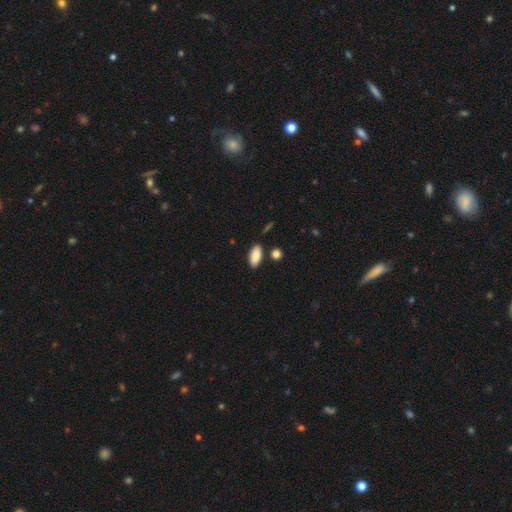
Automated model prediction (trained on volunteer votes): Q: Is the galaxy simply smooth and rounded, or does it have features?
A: smooth — 86%.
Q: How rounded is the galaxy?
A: in between — 88%.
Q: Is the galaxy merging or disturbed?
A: none — 84%.